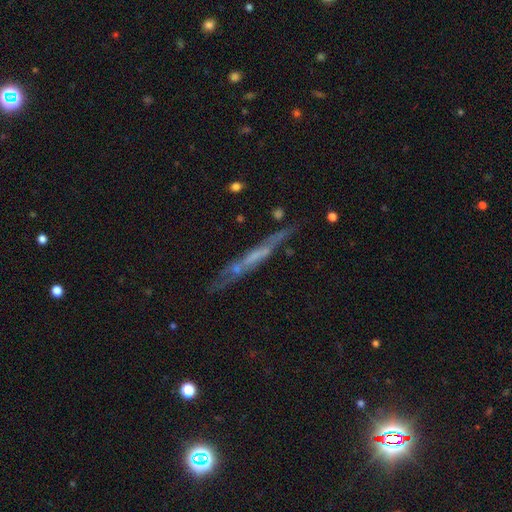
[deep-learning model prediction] This is likely a featured or disk galaxy (63%). It is clearly viewed edge-on (83%). Edge-on bulge: likely none (78%). Merging: likely none (71%).